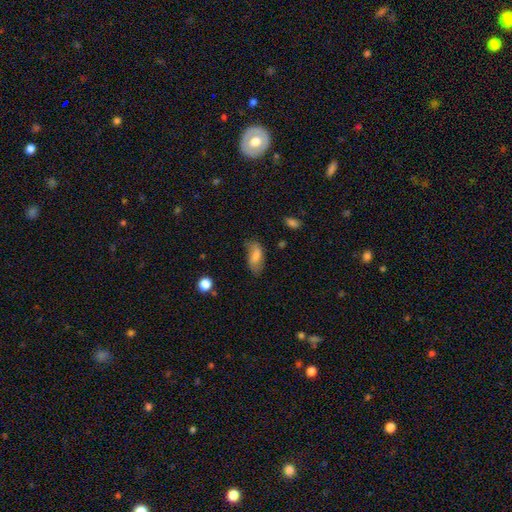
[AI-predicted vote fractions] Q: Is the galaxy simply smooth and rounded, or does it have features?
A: smooth — 76%.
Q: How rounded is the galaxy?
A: in between — 87%.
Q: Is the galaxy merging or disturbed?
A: none — 62%.